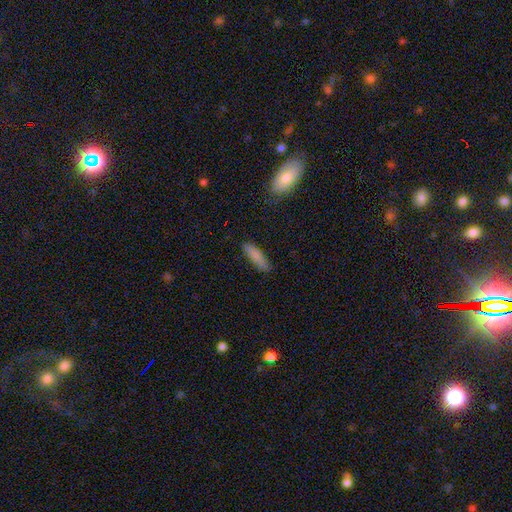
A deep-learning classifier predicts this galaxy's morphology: Smooth or featured?
  - smooth: 83% *
  - featured or disk: 10%
  - star or artifact: 7%
How rounded?
  - cigar-shaped: 59% *
  - in between: 39%
  - round: 2%
Merging?
  - none: 83% *
  - minor disturbance: 13%
  - major disturbance: 3%
  - merger: 1%